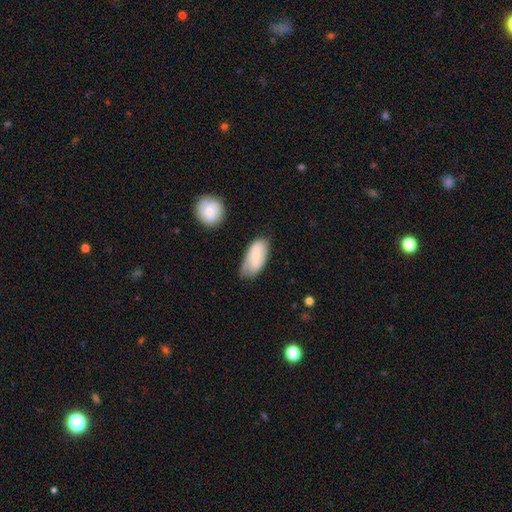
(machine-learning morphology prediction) Smooth or featured: smooth — 79% (featured or disk — 14%)
How rounded: in between — 92% (cigar-shaped — 6%)
Merging: none — 55% (minor disturbance — 33%)